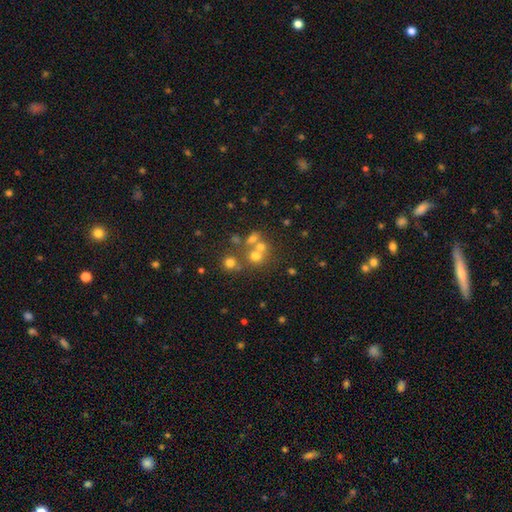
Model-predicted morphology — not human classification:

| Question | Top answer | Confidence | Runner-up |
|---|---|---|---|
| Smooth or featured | smooth | 56% | star or artifact (24%) |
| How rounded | round | 84% | in between (15%) |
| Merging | none | 50% | merger (38%) |